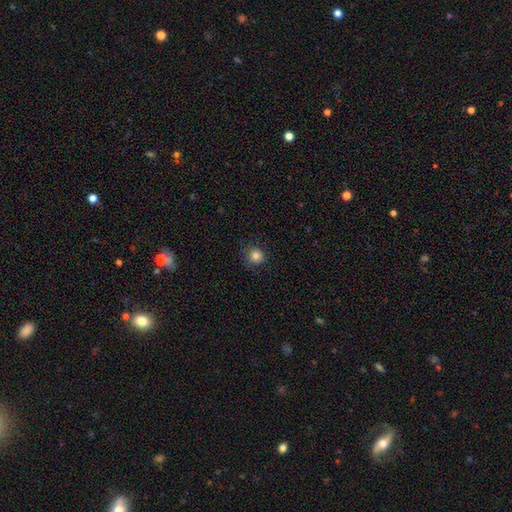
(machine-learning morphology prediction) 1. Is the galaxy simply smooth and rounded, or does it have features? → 82% smooth, 12% star or artifact, 6% featured or disk.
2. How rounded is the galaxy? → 91% round, 8% in between, 1% cigar-shaped.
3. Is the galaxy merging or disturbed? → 81% none, 14% minor disturbance, 4% major disturbance, 1% merger.